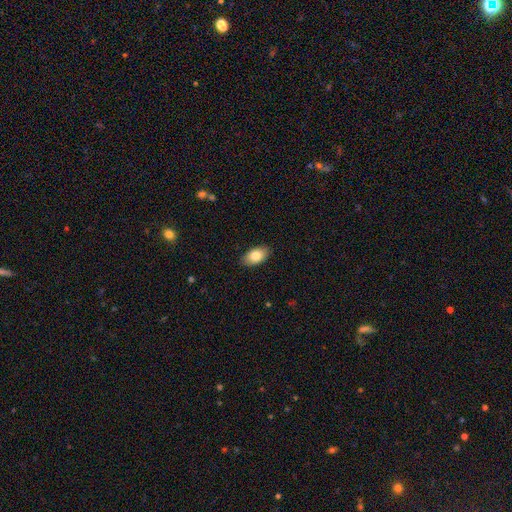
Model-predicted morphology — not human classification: A smooth galaxy with no disk features (82%) that is in between round and cigar-shaped (93%). Merging: none (87%).